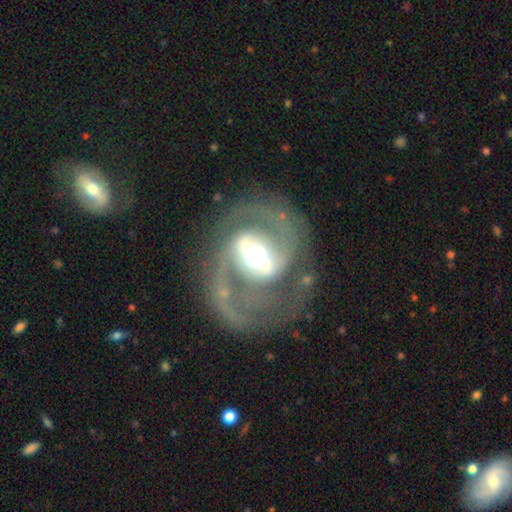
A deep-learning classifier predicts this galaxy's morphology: Smooth or featured? featured or disk (81%)
Edge-on disk? no (95%)
Bar? strong (46%)
Spiral arms? yes (79%)
Spiral winding? medium (48%)
Spiral arm count? 2 (83%)
Bulge size? moderate (48%)
Merging? none (66%)